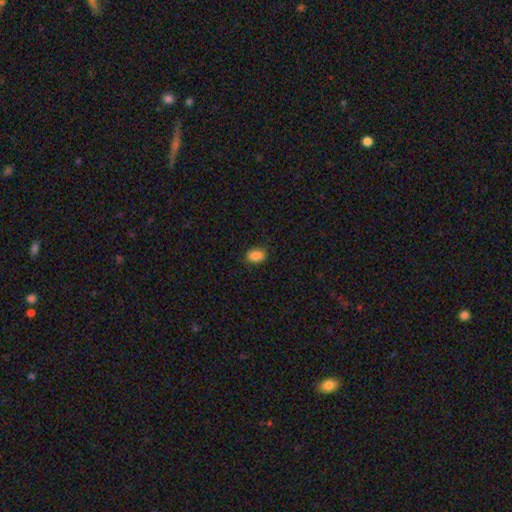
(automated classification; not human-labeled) smooth_or_featured: smooth (p=0.88) [alt: star or artifact p=0.09]
how_rounded: in between (p=0.79) [alt: round p=0.19]
merging: none (p=0.87) [alt: minor disturbance p=0.10]